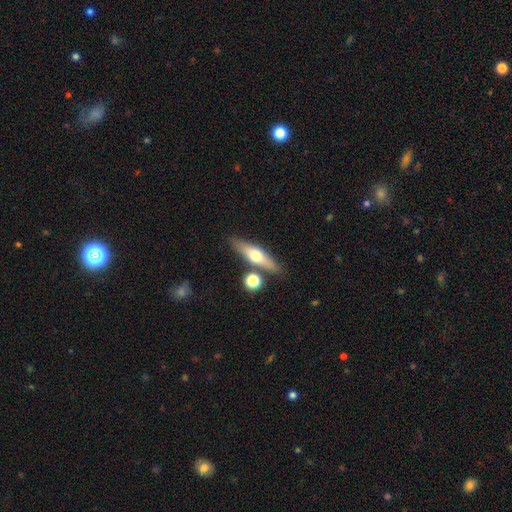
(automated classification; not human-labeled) Smooth or featured?
  - featured or disk: 49% *
  - smooth: 44%
  - star or artifact: 7%
Merging?
  - none: 77% *
  - merger: 11%
  - minor disturbance: 10%
  - major disturbance: 3%